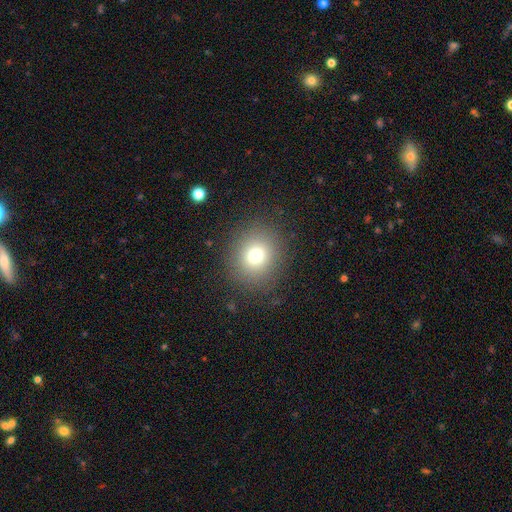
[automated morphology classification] The model was most divided on "smooth or featured": smooth: 74%, star or artifact: 15%, featured or disk: 11%. More confident: merging — none (87%); how rounded — round (85%).